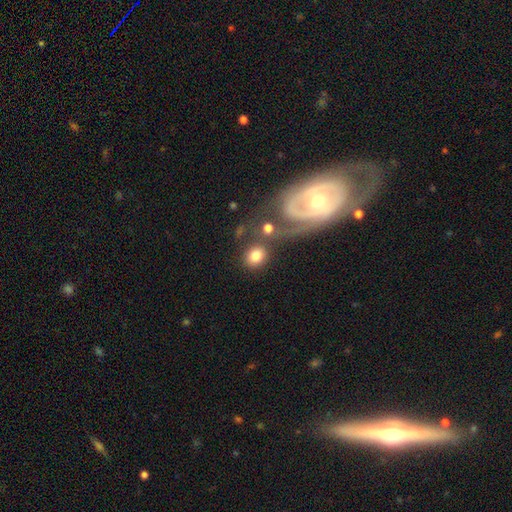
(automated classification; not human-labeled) Smooth or featured? Predicted: smooth (p=0.78). How rounded? Predicted: round (p=0.64). Merging? Predicted: none (p=0.66).